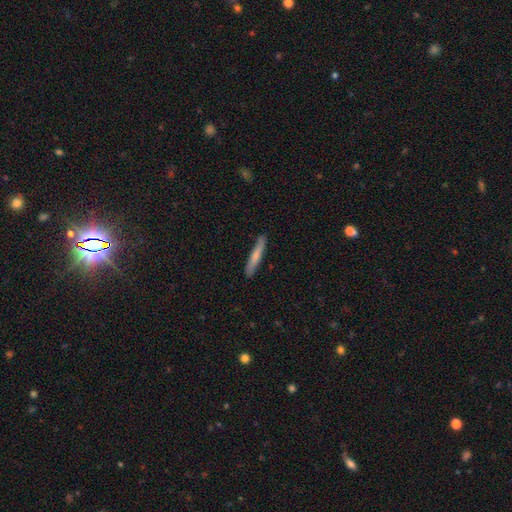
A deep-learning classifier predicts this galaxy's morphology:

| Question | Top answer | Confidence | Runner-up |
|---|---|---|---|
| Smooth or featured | smooth | 68% | featured or disk (27%) |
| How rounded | cigar-shaped | 94% | in between (5%) |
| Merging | none | 88% | minor disturbance (9%) |